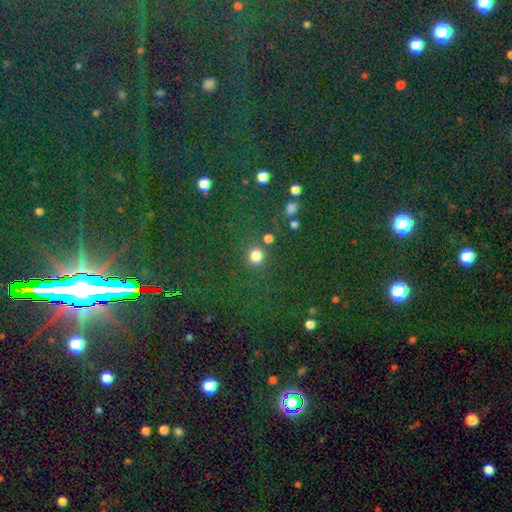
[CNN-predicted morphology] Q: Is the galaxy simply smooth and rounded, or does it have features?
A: smooth — 76%.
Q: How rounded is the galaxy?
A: round — 76%.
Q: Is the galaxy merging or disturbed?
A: none — 74%.